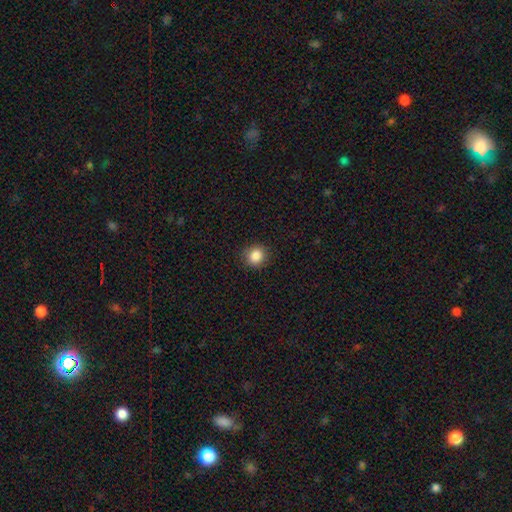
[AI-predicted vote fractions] smooth-or-featured: smooth: 85% | star or artifact: 10% | featured or disk: 4%
  how-rounded: round: 86% | in between: 13% | cigar-shaped: 1%
  merging: none: 90% | minor disturbance: 7% | major disturbance: 2% | merger: 1%